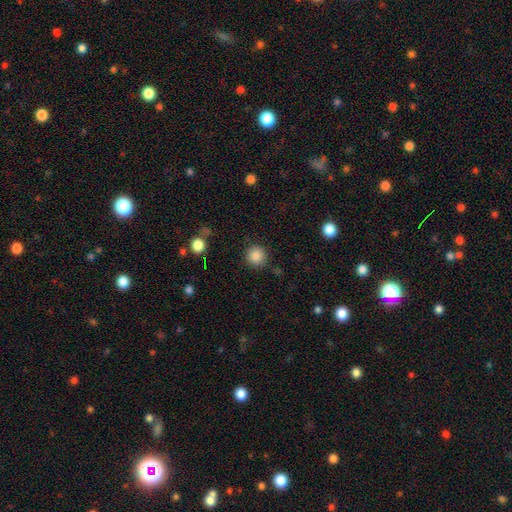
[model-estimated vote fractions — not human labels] Q: Smooth or featured?
A: smooth (86%); runner-up: star or artifact (10%)
Q: How rounded?
A: round (94%); runner-up: in between (6%)
Q: Merging?
A: none (88%); runner-up: minor disturbance (7%)